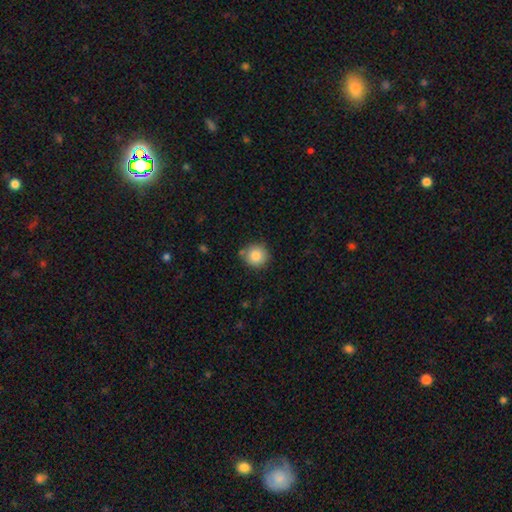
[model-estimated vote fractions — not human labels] smooth-or-featured: smooth: 85% | star or artifact: 9% | featured or disk: 6%
  how-rounded: round: 93% | in between: 6% | cigar-shaped: 1%
  merging: none: 81% | minor disturbance: 11% | merger: 5% | major disturbance: 3%